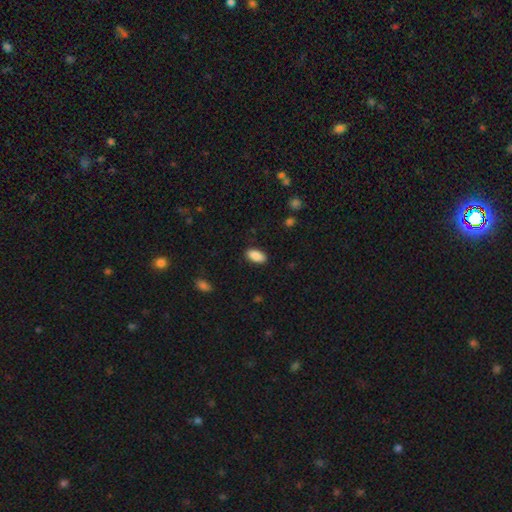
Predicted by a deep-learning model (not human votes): This is clearly a smooth galaxy (89%). How rounded: clearly in between (92%). Merging: clearly none (88%).